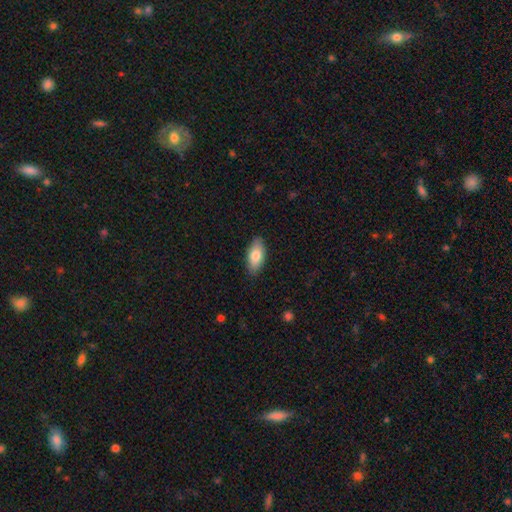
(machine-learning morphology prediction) Smooth or featured: smooth — 80% (featured or disk — 14%)
How rounded: in between — 90% (cigar-shaped — 8%)
Merging: none — 87% (minor disturbance — 10%)